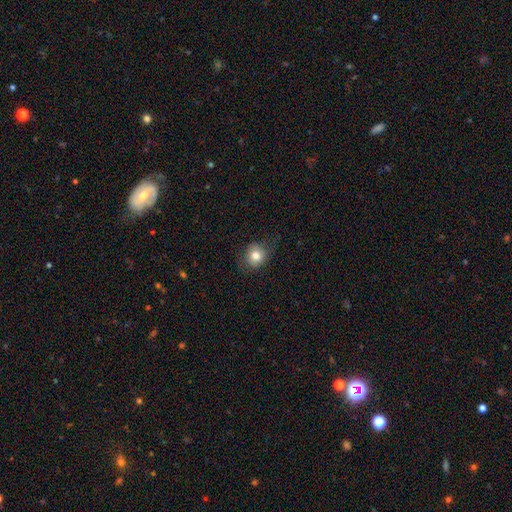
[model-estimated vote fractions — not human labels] Smooth or featured? smooth (79%)
How rounded? round (80%)
Merging? none (74%)